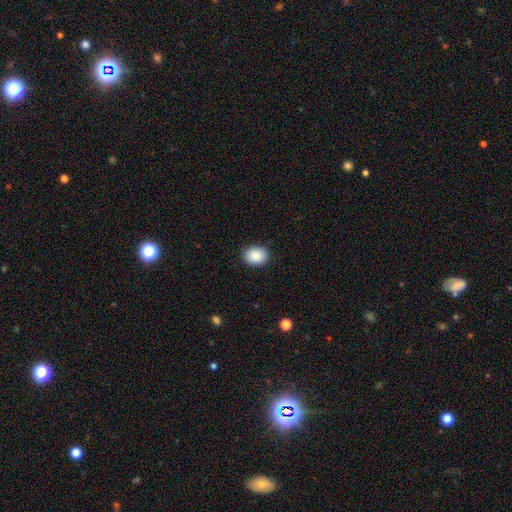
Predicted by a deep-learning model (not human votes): Smooth or featured? smooth (89%)
How rounded? in between (55%)
Merging? none (89%)